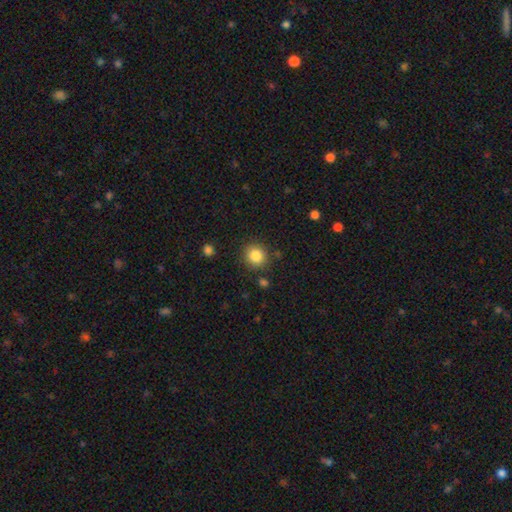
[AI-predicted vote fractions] smooth-or-featured: smooth: 85% | star or artifact: 10% | featured or disk: 5%
  how-rounded: round: 86% | in between: 13% | cigar-shaped: 1%
  merging: none: 85% | minor disturbance: 9% | merger: 3% | major disturbance: 3%